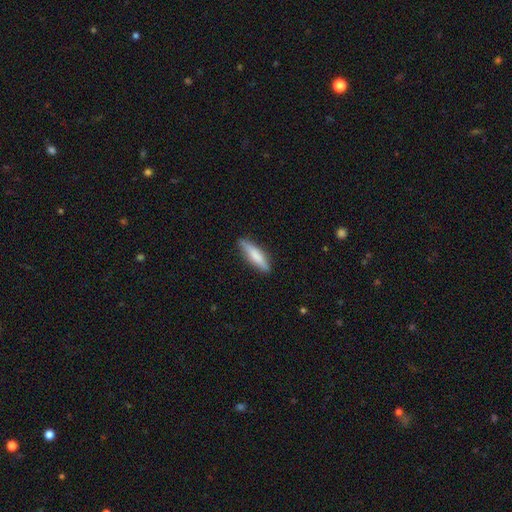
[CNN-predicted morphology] smooth 73%, featured or disk 21%, star or artifact 5%. Down the decision tree: how rounded — cigar-shaped (75%); merging — none (84%).